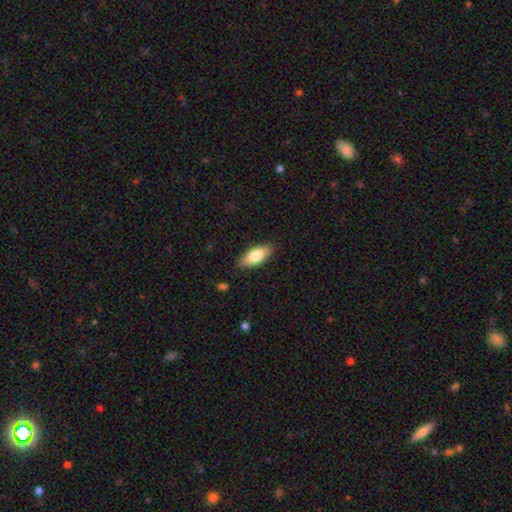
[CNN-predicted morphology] Smooth or featured? smooth (77%)
How rounded? in between (83%)
Merging? none (87%)